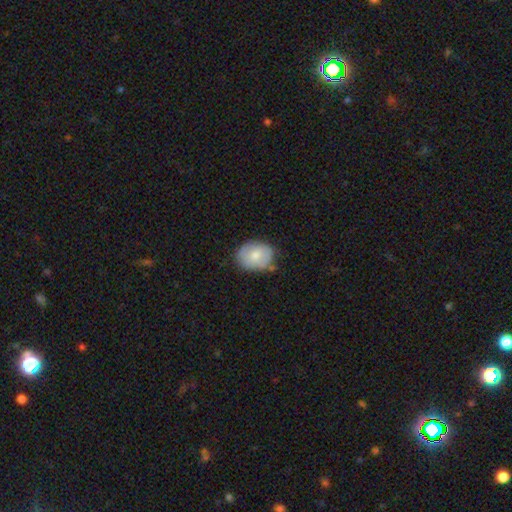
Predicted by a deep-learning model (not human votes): smooth_or_featured: smooth (p=0.67) [alt: featured or disk p=0.26]
how_rounded: in between (p=0.54) [alt: round p=0.45]
merging: none (p=0.70) [alt: minor disturbance p=0.22]